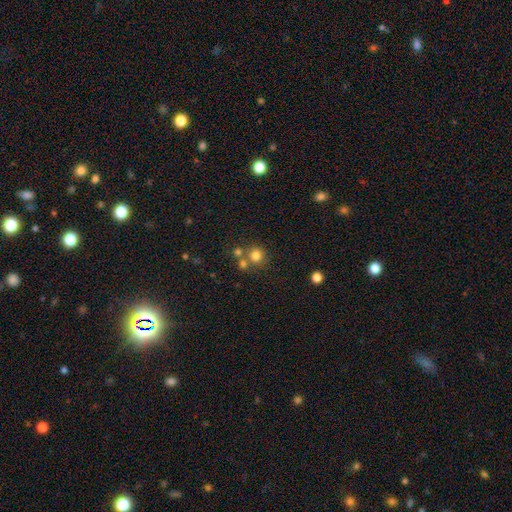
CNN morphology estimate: Overall: smooth (76%). How rounded: round (91%). Merging: none (62%; merger 27%).